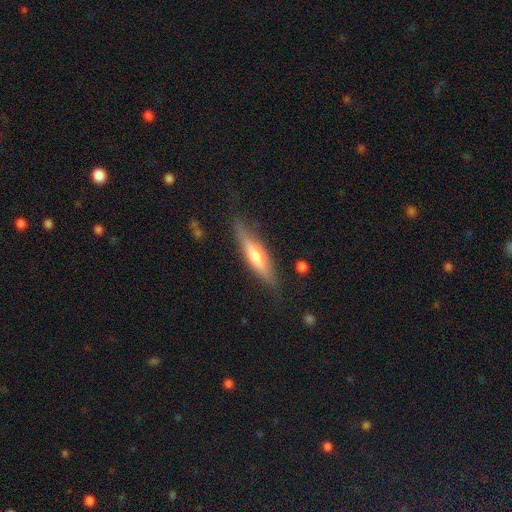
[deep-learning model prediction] smooth_or_featured: featured or disk (p=0.55) [alt: smooth p=0.39]
disk_edge_on: yes (p=0.92) [alt: no p=0.08]
edge_on_bulge: rounded (p=0.75) [alt: none p=0.14]
merging: none (p=0.80) [alt: minor disturbance p=0.15]